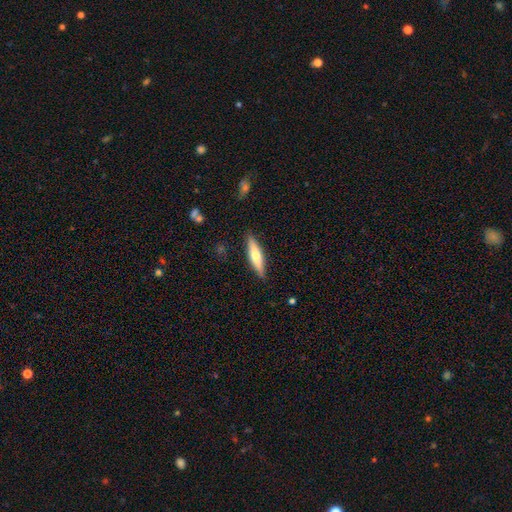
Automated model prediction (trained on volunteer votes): This appears to be a smooth galaxy with no disk features (50%) that is cigar-shaped (77%). Merging: none (88%).